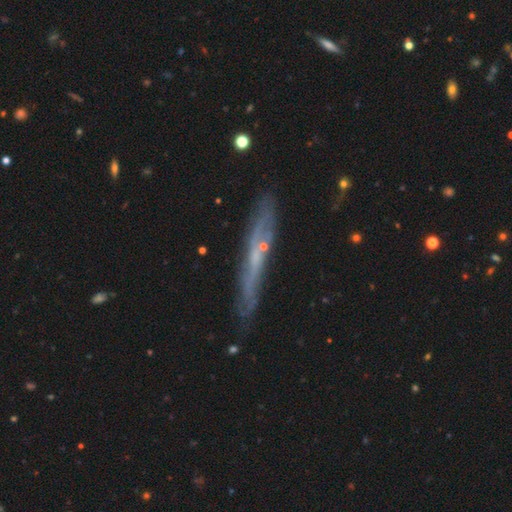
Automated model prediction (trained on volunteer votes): Smooth or featured?
  - featured or disk: 63% *
  - smooth: 29%
  - star or artifact: 8%
Edge-on disk?
  - yes: 82% *
  - no: 18%
Edge-on bulge?
  - none: 65% *
  - rounded: 31%
  - boxy: 4%
Merging?
  - none: 79% *
  - minor disturbance: 15%
  - major disturbance: 3%
  - merger: 3%